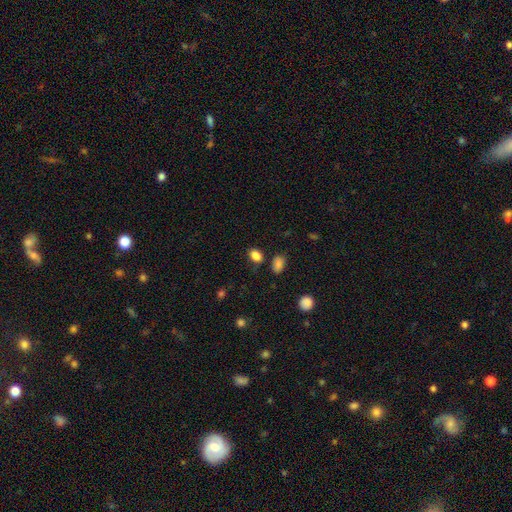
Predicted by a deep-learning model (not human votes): smooth 85%, star or artifact 10%, featured or disk 4%. Down the decision tree: how rounded — in between (76%); merging — none (77%).